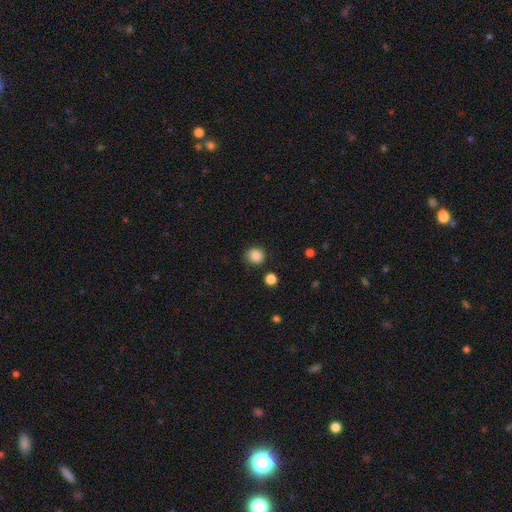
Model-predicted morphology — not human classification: Smooth or featured: smooth — 86% (star or artifact — 11%)
How rounded: round — 89% (in between — 10%)
Merging: none — 84% (minor disturbance — 10%)